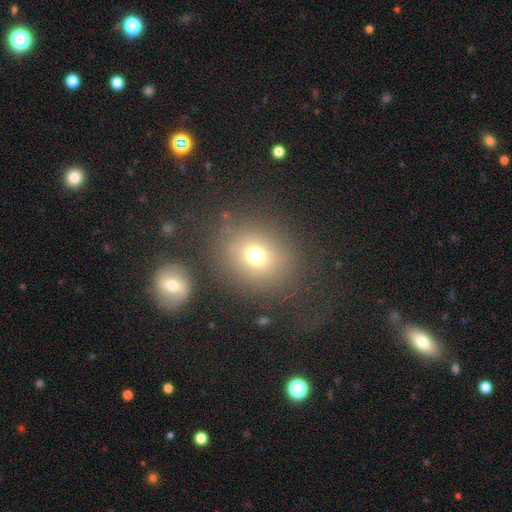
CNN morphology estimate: A smooth galaxy with no disk features (69%) that is round (75%).

Vote fractions:
- Smooth or featured? smooth: 69% / star or artifact: 20% / featured or disk: 11%
- How rounded? round: 75% / in between: 24% / cigar-shaped: 1%
- Merging? none: 80% / minor disturbance: 10% / major disturbance: 6% / merger: 4%